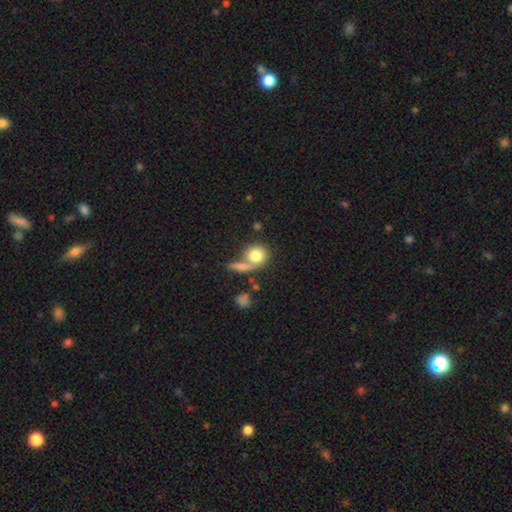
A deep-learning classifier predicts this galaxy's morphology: Smooth or featured? smooth (79%)
How rounded? round (78%)
Merging? none (46%)